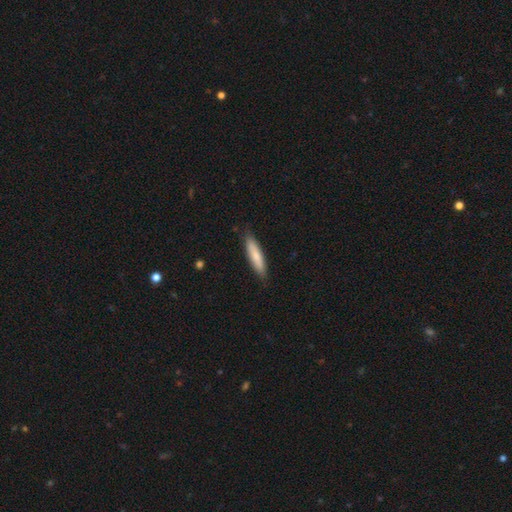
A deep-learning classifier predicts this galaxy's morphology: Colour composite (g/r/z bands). It shows a smooth galaxy with no disk features (77%) that is cigar-shaped (80%). Merging: none (85%).